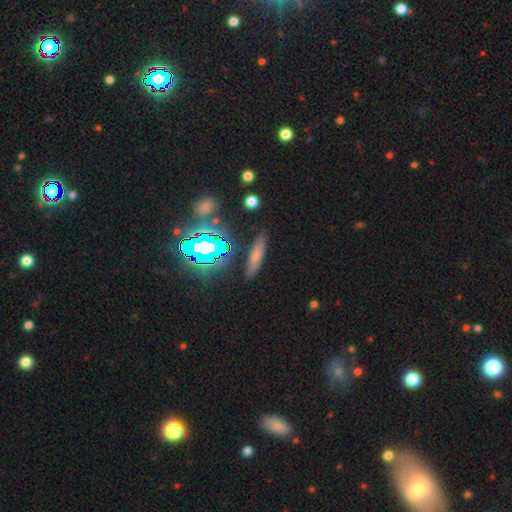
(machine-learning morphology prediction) smooth 60%, featured or disk 20%, star or artifact 20%. Down the decision tree: how rounded — cigar-shaped (74%); merging — none (84%).